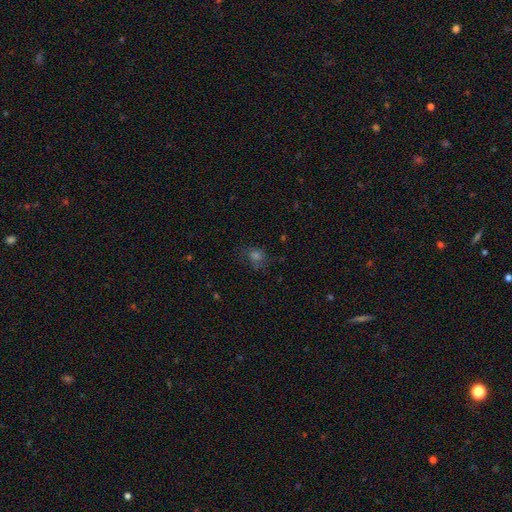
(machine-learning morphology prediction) The model was most divided on "smooth or featured": smooth: 51%, star or artifact: 33%, featured or disk: 16%. More confident: merging — none (65%); how rounded — round (64%).